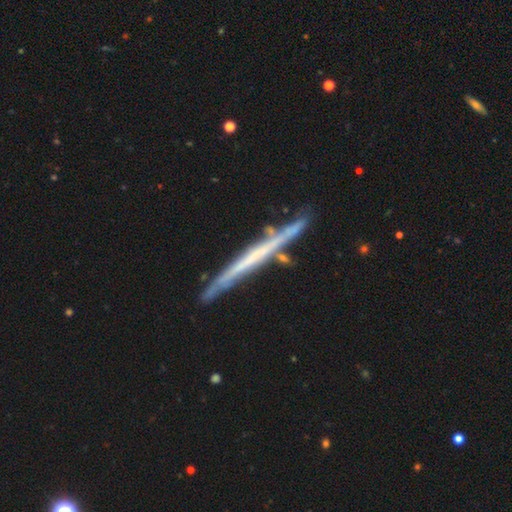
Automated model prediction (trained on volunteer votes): This is likely a featured or disk galaxy (68%). It is clearly viewed edge-on (96%). Edge-on bulge: clearly none (87%). Merging: clearly none (82%).